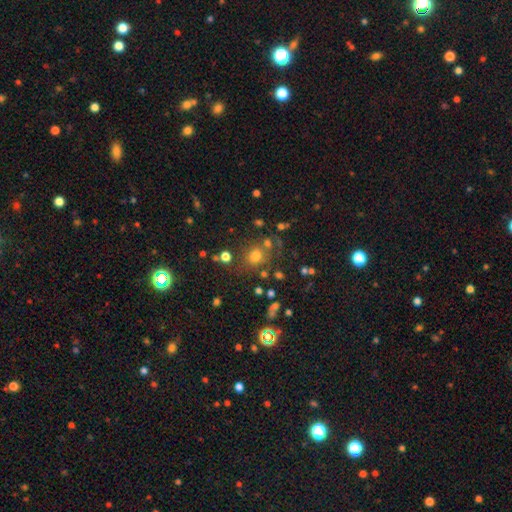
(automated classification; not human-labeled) smooth_or_featured: smooth (p=0.64) [alt: star or artifact p=0.26]
how_rounded: round (p=0.75) [alt: in between p=0.24]
merging: none (p=0.71) [alt: minor disturbance p=0.12]